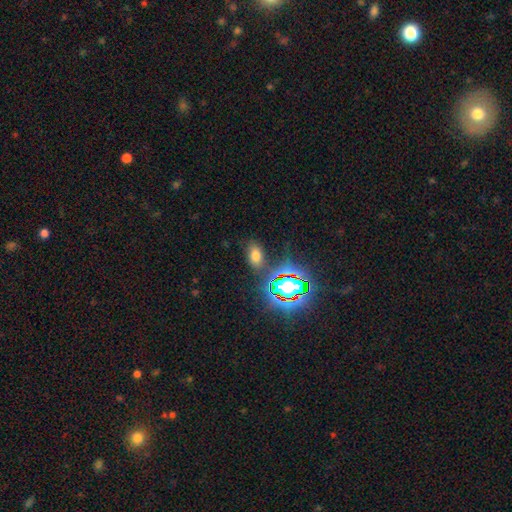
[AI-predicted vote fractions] Smooth or featured?
  - smooth: 61% *
  - star or artifact: 29%
  - featured or disk: 10%
How rounded?
  - in between: 87% *
  - round: 10%
  - cigar-shaped: 2%
Merging?
  - none: 77% *
  - minor disturbance: 13%
  - merger: 5%
  - major disturbance: 5%